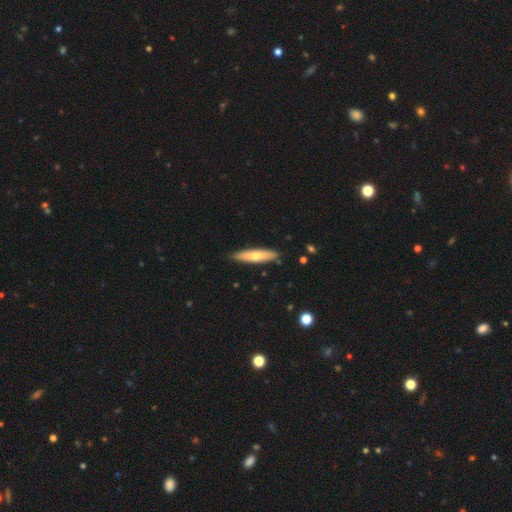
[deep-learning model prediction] smooth-or-featured: smooth: 64% | featured or disk: 30% | star or artifact: 5%
  how-rounded: cigar-shaped: 80% | in between: 18% | round: 1%
  merging: none: 88% | minor disturbance: 9% | major disturbance: 2% | merger: 1%